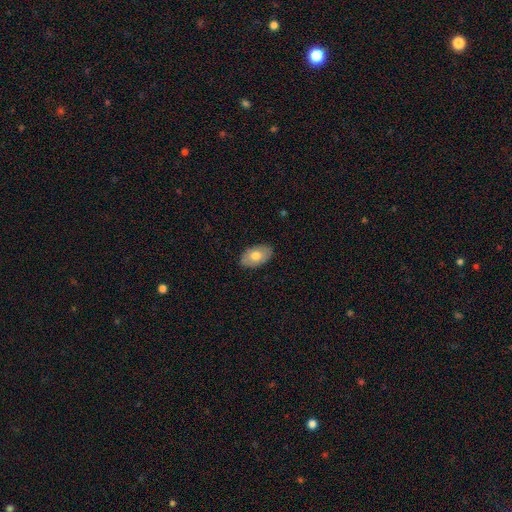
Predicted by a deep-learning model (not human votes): smooth_or_featured: smooth (p=0.69) [alt: featured or disk p=0.25]
how_rounded: in between (p=0.93) [alt: round p=0.06]
merging: none (p=0.86) [alt: minor disturbance p=0.11]